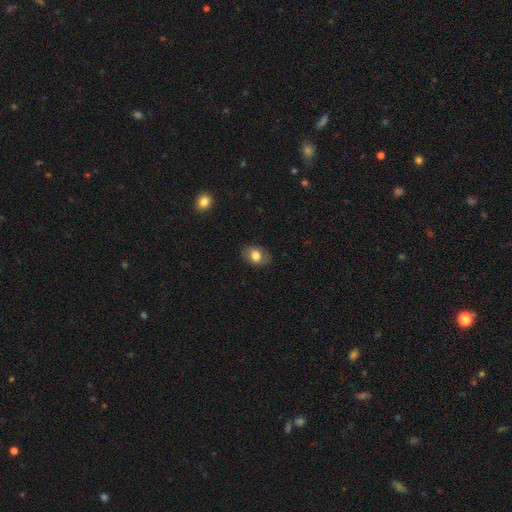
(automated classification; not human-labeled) This appears to be a smooth galaxy with no disk features (75%) that is in between round and cigar-shaped (74%). Merging: none (81%).